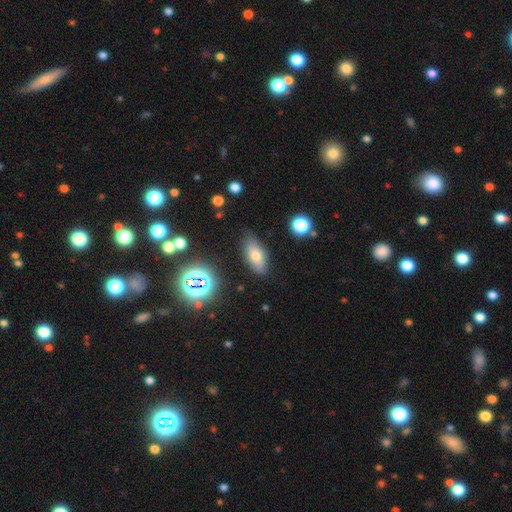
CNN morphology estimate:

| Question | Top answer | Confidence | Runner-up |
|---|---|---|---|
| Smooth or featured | smooth | 65% | featured or disk (22%) |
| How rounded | in between | 79% | cigar-shaped (16%) |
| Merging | none | 83% | minor disturbance (12%) |